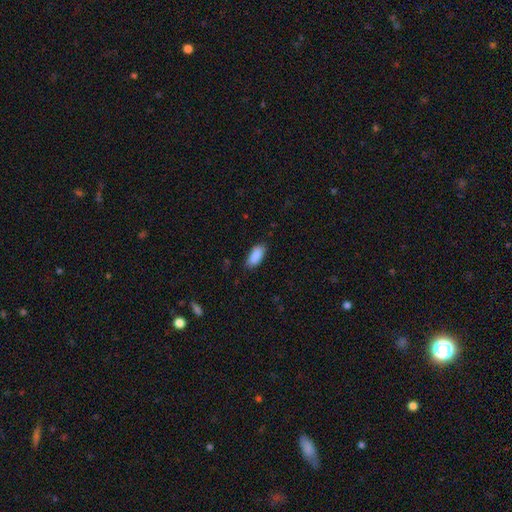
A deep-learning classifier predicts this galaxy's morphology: A smooth galaxy with no disk features (90%) that is in between round and cigar-shaped (88%).

Vote fractions:
- Smooth or featured? smooth: 90% / star or artifact: 6% / featured or disk: 4%
- How rounded? in between: 88% / cigar-shaped: 11% / round: 2%
- Merging? none: 83% / minor disturbance: 13% / major disturbance: 3% / merger: 1%